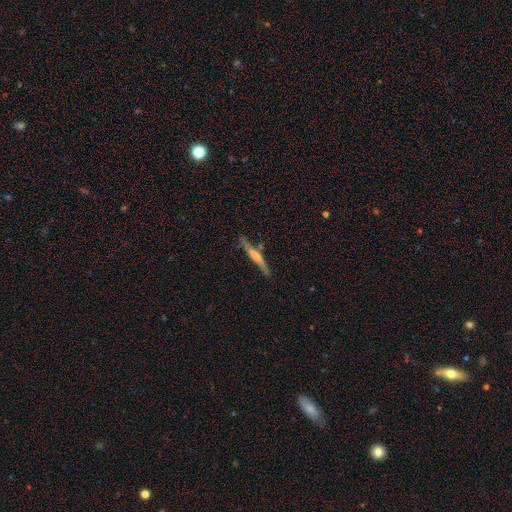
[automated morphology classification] Smooth or featured: featured or disk — 48% (smooth — 46%)
Merging: none — 71% (minor disturbance — 19%)